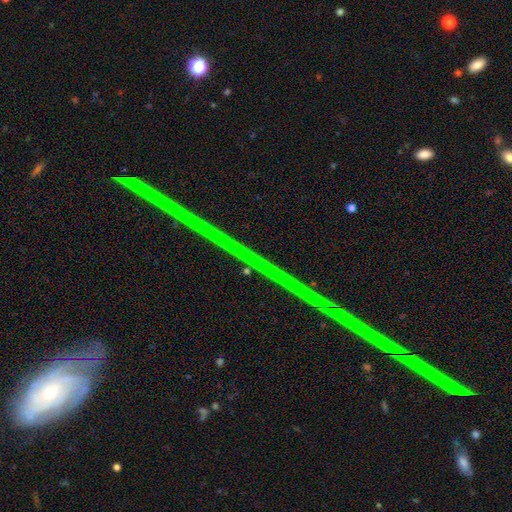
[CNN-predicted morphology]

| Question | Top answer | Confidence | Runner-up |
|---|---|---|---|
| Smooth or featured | star or artifact | 81% | featured or disk (13%) |